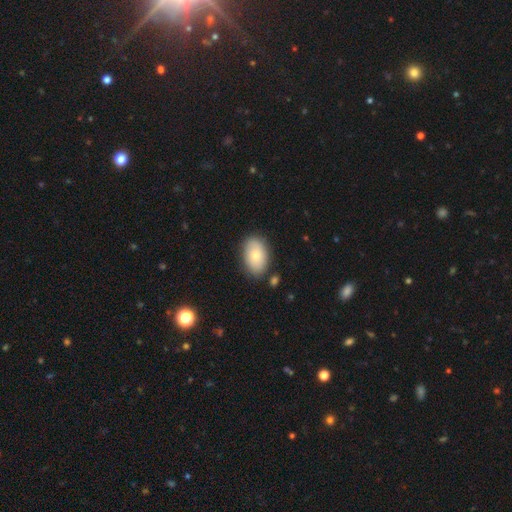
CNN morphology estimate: Smooth or featured: smooth — 78% (featured or disk — 16%)
How rounded: in between — 90% (round — 9%)
Merging: none — 82% (minor disturbance — 12%)